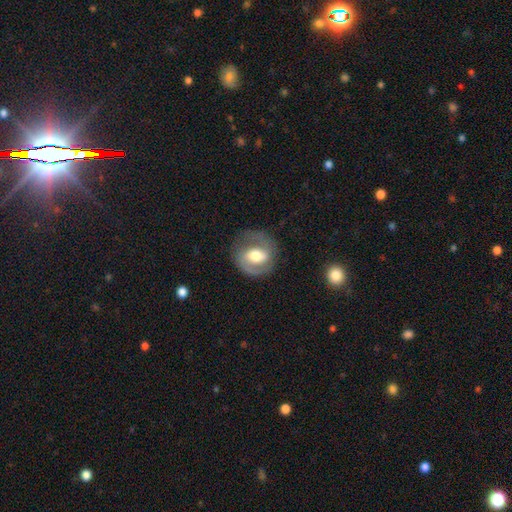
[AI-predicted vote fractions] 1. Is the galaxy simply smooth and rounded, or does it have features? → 72% featured or disk, 22% smooth, 6% star or artifact.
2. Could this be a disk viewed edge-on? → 97% no, 3% yes.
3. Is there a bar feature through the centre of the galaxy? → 42% weak, 30% strong, 29% no.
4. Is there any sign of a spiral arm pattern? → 85% yes, 15% no.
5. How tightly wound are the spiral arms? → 50% medium, 32% tight, 17% loose.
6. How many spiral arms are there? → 83% 2, 8% 1, 6% can't tell, 1% 3, 1% 4, 1% more than 4.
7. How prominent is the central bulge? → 62% moderate, 23% large, 11% small, 2% dominant, 1% none.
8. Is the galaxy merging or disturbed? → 76% none, 14% minor disturbance, 8% major disturbance, 1% merger.